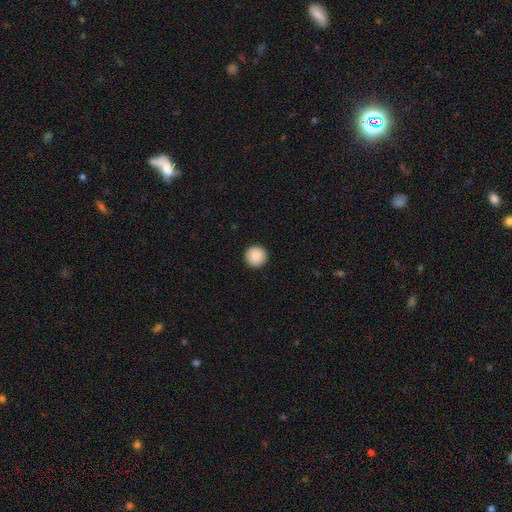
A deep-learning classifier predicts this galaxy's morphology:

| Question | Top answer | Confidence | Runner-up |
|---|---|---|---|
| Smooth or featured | smooth | 89% | star or artifact (8%) |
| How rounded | round | 96% | in between (3%) |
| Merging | none | 93% | minor disturbance (4%) |